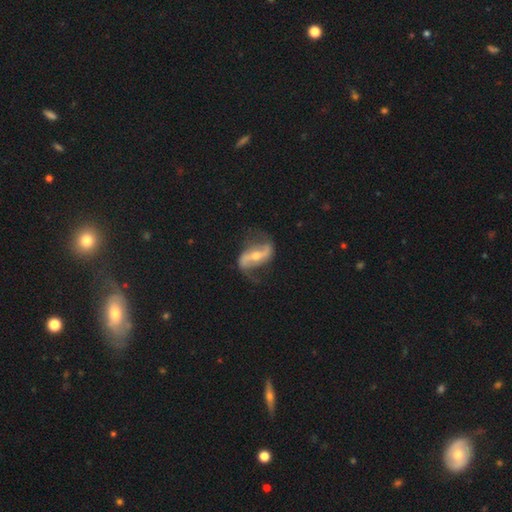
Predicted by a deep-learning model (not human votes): featured or disk 87%, smooth 8%, star or artifact 5%. Down the decision tree: edge-on disk — no (94%); bar — strong (54%); spiral arms — yes (93%); spiral arm count — 2 (92%); spiral winding — loose (73%); bulge size — moderate (56%); merging — none (71%).